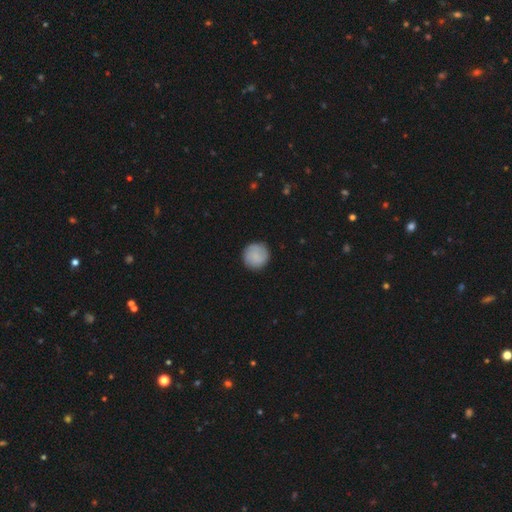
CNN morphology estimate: Smooth or featured? smooth (78%)
How rounded? round (94%)
Merging? none (87%)